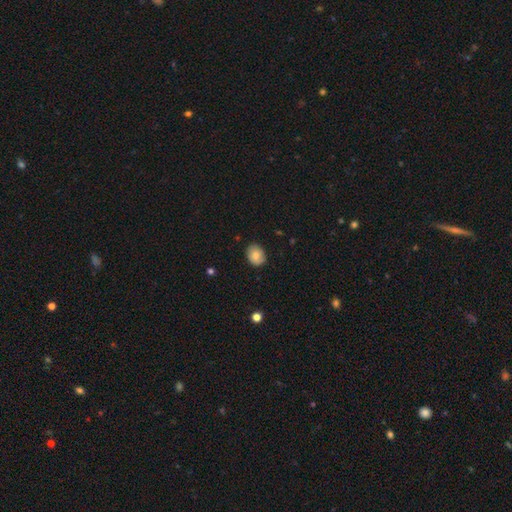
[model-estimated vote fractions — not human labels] This appears to be a smooth galaxy with no disk features (82%) that is in between round and cigar-shaped (52%). Merging: none (82%).